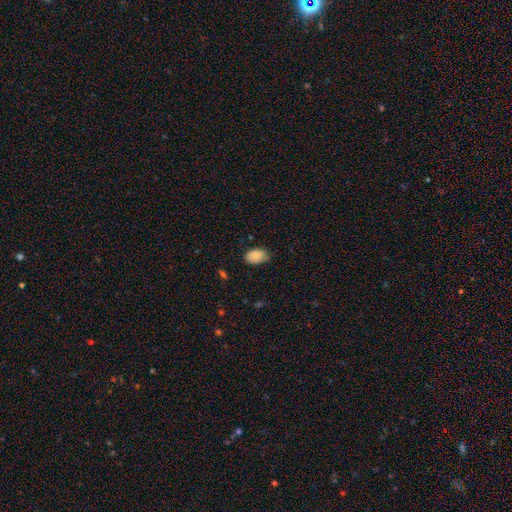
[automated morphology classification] smooth_or_featured: smooth (p=0.80) [alt: featured or disk p=0.13]
how_rounded: in between (p=0.88) [alt: round p=0.11]
merging: none (p=0.65) [alt: minor disturbance p=0.29]